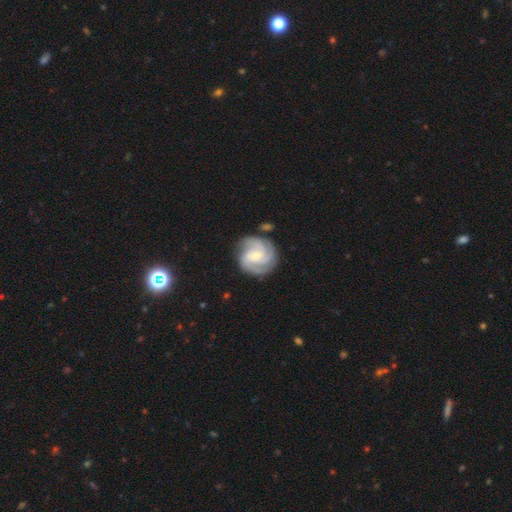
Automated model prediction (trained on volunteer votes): A featured or disk galaxy (85%) with no bar (60%), 3 (47%) tight (58%) spiral arms (97%) and a small central bulge (56%). Merging: none (79%).